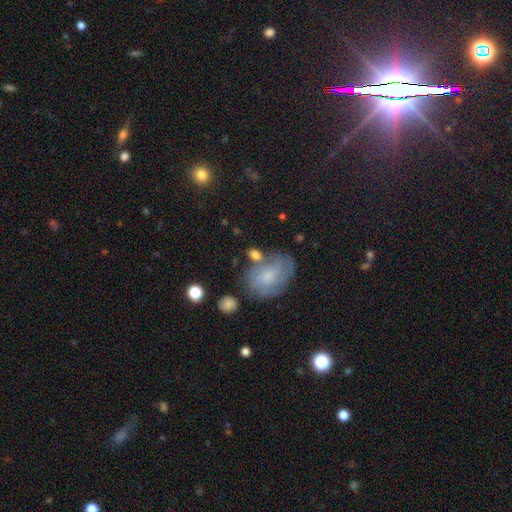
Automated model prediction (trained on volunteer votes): smooth-or-featured: smooth: 56% | featured or disk: 34% | star or artifact: 10%
  how-rounded: in between: 63% | round: 34% | cigar-shaped: 2%
  merging: none: 53% | minor disturbance: 22% | merger: 14% | major disturbance: 12%